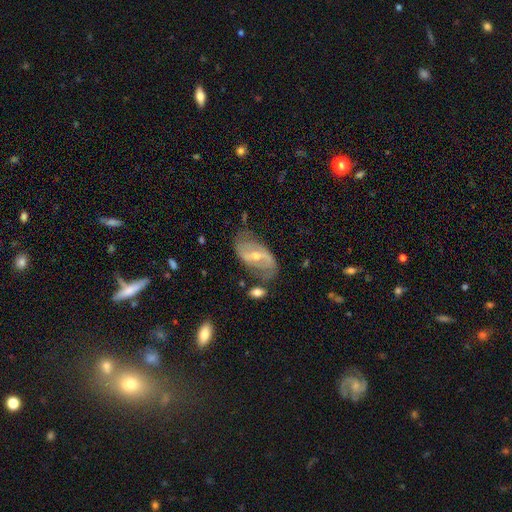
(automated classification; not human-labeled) featured or disk 82%, smooth 12%, star or artifact 7%. Down the decision tree: edge-on disk — no (94%); bar — weak (42%); spiral arms — yes (88%); spiral arm count — 2 (83%); spiral winding — medium (41%); bulge size — small (52%); merging — none (66%).